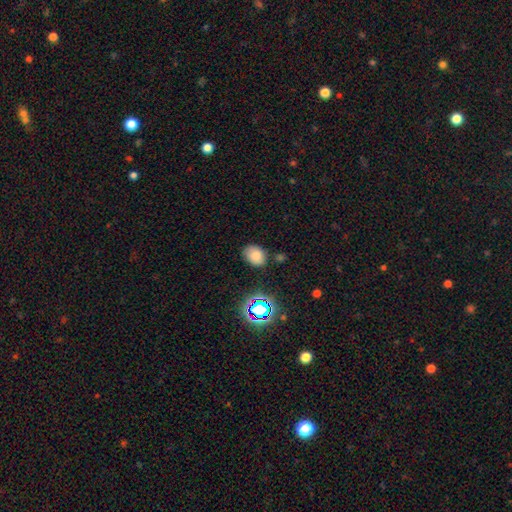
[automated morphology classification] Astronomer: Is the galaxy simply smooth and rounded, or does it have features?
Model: smooth — 76%.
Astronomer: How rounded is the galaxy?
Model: in between — 73%.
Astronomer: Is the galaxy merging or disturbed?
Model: none — 77%.